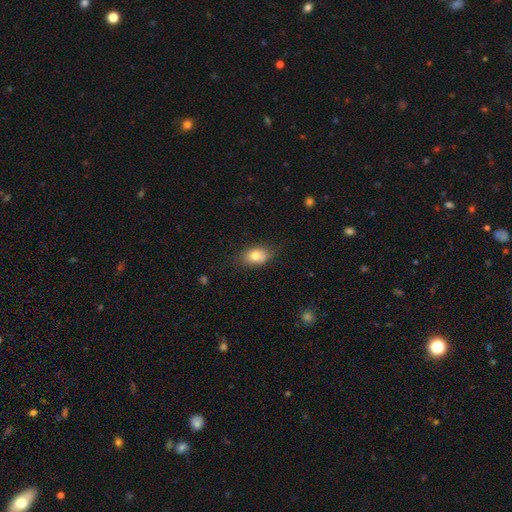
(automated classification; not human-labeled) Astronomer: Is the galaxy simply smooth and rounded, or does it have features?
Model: smooth — 78%.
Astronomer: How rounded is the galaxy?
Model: in between — 76%.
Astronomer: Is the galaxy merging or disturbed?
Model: none — 74%.